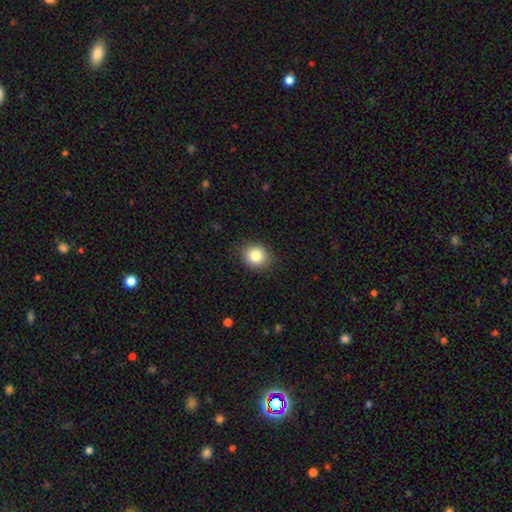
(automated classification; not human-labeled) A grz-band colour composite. It shows a smooth galaxy with no disk features (85%) that is round (75%). Merging: none (87%).